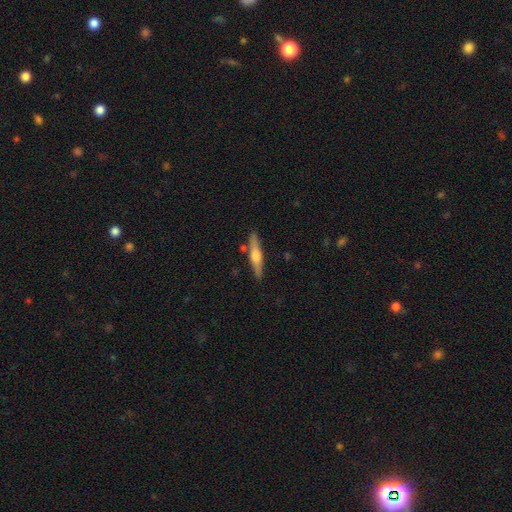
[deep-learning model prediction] Smooth or featured?
  - featured or disk: 51% *
  - smooth: 43%
  - star or artifact: 6%
Edge-on disk?
  - yes: 94% *
  - no: 6%
Merging?
  - none: 84% *
  - minor disturbance: 9%
  - merger: 4%
  - major disturbance: 2%